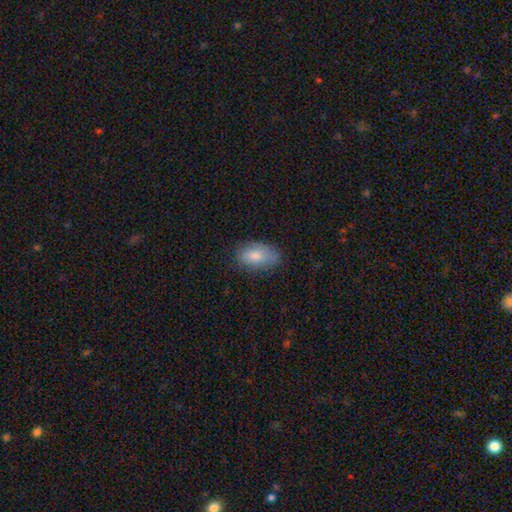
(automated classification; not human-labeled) Smooth or featured: smooth — 80% (featured or disk — 13%)
How rounded: in between — 92% (round — 5%)
Merging: none — 71% (minor disturbance — 23%)